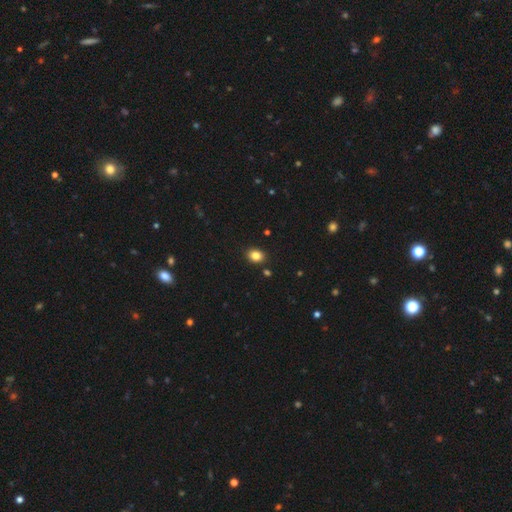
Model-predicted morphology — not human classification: A smooth galaxy with no disk features (84%) that is in between round and cigar-shaped (53%).

Vote fractions:
- Smooth or featured? smooth: 84% / star or artifact: 10% / featured or disk: 5%
- How rounded? in between: 53% / round: 46% / cigar-shaped: 1%
- Merging? none: 89% / minor disturbance: 7% / merger: 2% / major disturbance: 2%